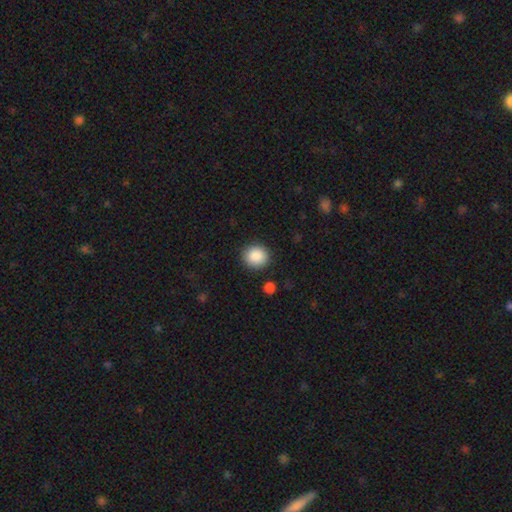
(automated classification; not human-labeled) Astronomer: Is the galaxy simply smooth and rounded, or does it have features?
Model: smooth — 89%.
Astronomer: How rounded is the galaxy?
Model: round — 88%.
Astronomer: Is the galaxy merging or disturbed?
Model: none — 89%.